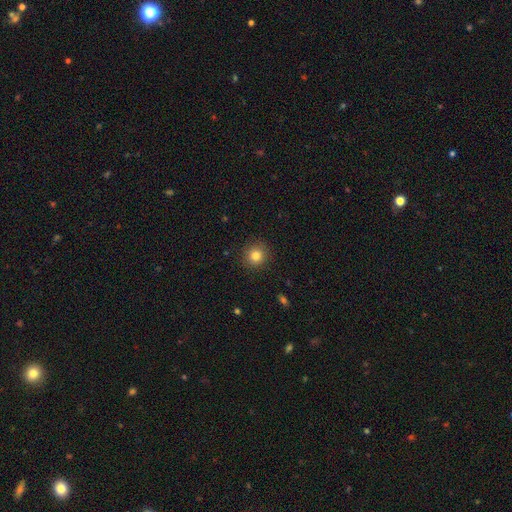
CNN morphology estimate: A smooth galaxy with no disk features (82%) that is round (92%).

Vote fractions:
- Smooth or featured? smooth: 82% / star or artifact: 12% / featured or disk: 7%
- How rounded? round: 92% / in between: 7% / cigar-shaped: 1%
- Merging? none: 90% / minor disturbance: 6% / major disturbance: 2% / merger: 1%